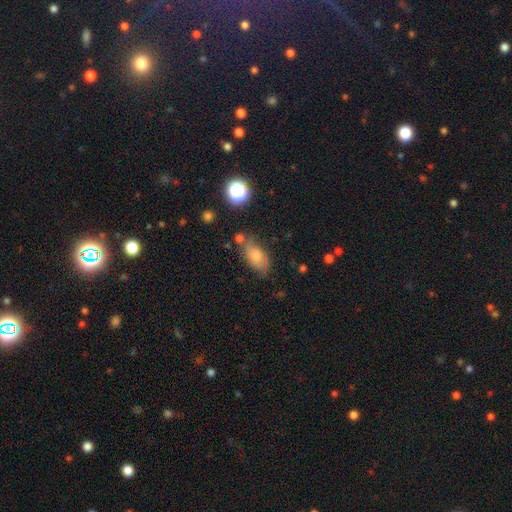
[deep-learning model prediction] smooth 64%, featured or disk 25%, star or artifact 11%. Down the decision tree: how rounded — in between (88%); merging — none (59%).